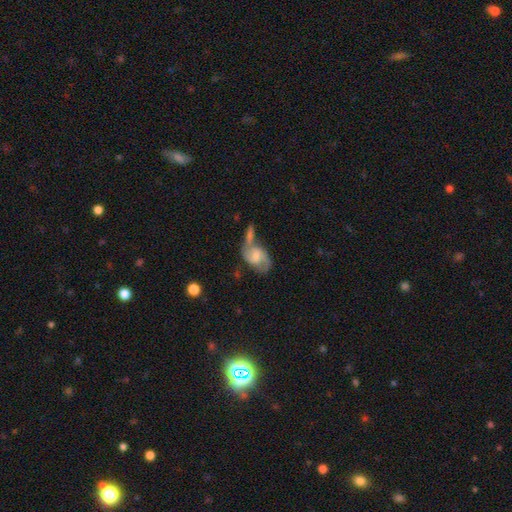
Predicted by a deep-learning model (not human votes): A featured or disk galaxy (69%) with a weak bar (50%), 2 (87%) medium (45%) spiral arms (89%) and a moderate central bulge (35%). Merging: merger (36%, tied with none).